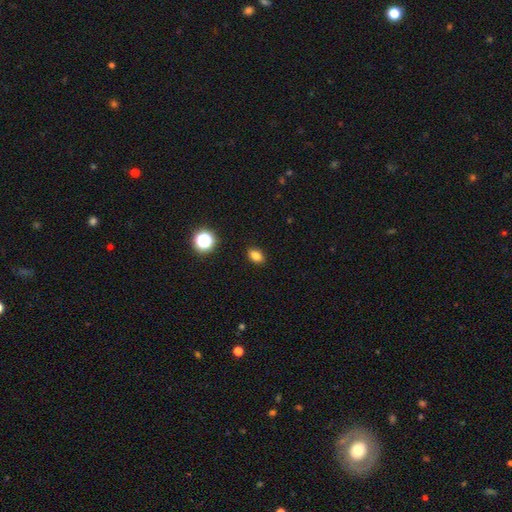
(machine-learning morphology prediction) smooth_or_featured: smooth (p=0.81) [alt: star or artifact p=0.14]
how_rounded: in between (p=0.76) [alt: round p=0.22]
merging: none (p=0.89) [alt: minor disturbance p=0.08]